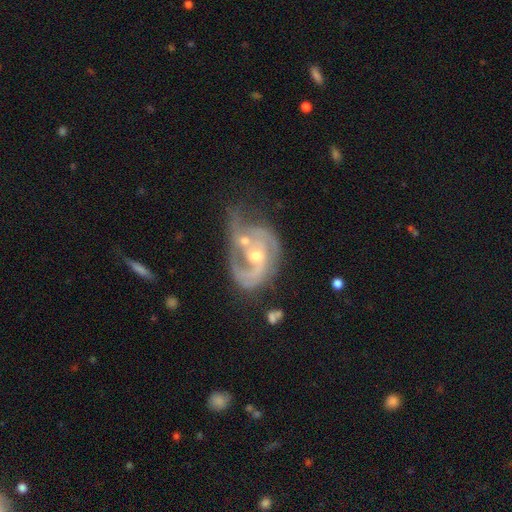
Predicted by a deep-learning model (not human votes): A featured or disk galaxy (87%) with no bar (56%), 2 (57%) medium (46%) spiral arms (93%) and a moderate central bulge (64%). Merging: merger (30%).